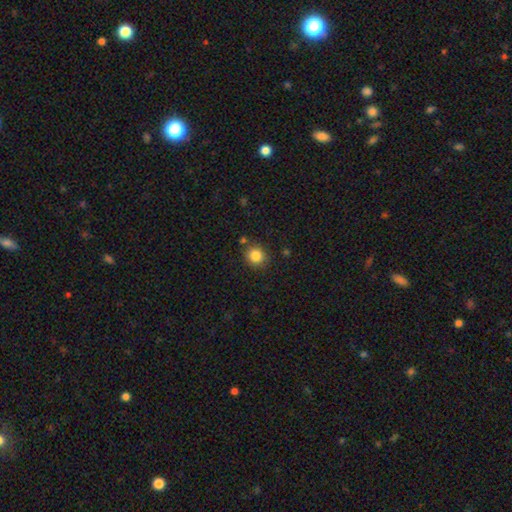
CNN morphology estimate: The model was most divided on "how rounded": round: 85%, in between: 14%, cigar-shaped: 1%. More confident: smooth or featured — smooth (84%); merging — none (83%).